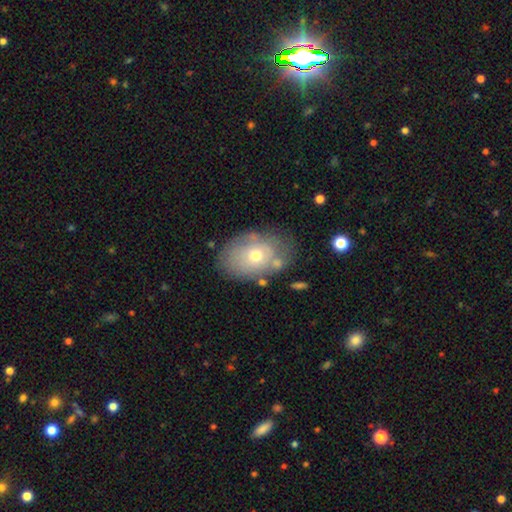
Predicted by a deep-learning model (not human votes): A smooth galaxy with no disk features (54%) that is in between round and cigar-shaped (78%).

Vote fractions:
- Smooth or featured? smooth: 54% / featured or disk: 38% / star or artifact: 8%
- How rounded? in between: 78% / round: 21% / cigar-shaped: 1%
- Merging? none: 68% / minor disturbance: 20% / major disturbance: 7% / merger: 5%